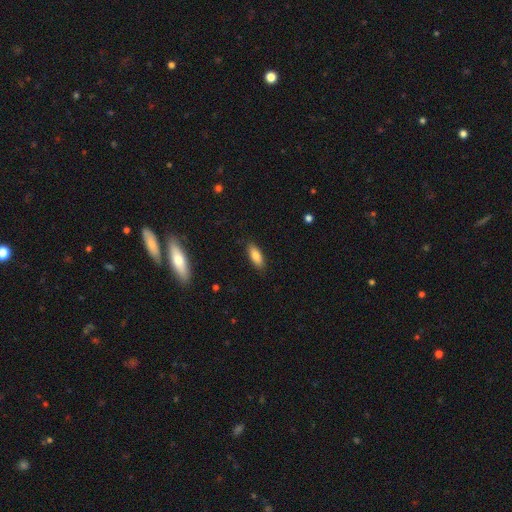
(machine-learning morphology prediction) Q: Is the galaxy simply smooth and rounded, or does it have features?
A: smooth — 83%.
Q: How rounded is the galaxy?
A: in between — 74%.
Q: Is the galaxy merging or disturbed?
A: none — 87%.